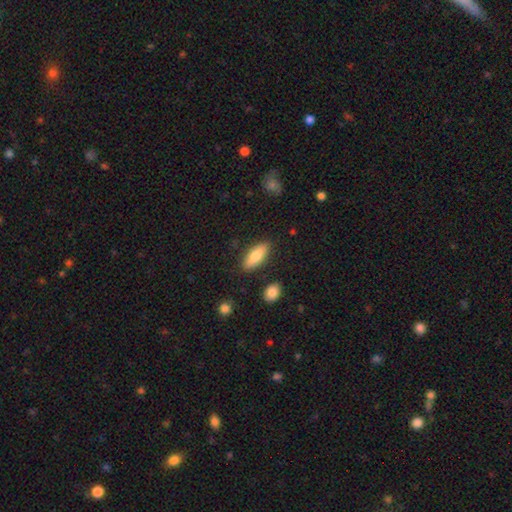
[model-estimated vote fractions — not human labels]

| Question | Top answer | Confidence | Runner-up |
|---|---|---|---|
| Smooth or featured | smooth | 79% | featured or disk (15%) |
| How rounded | in between | 68% | cigar-shaped (30%) |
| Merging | none | 86% | minor disturbance (10%) |